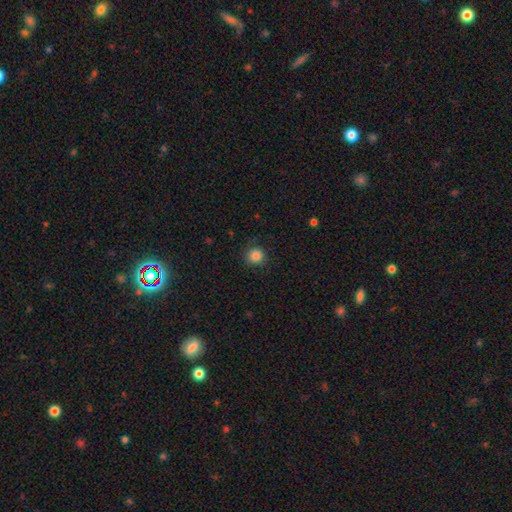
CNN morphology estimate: This is clearly a smooth galaxy (86%). How rounded: clearly round (92%). Merging: clearly none (88%).